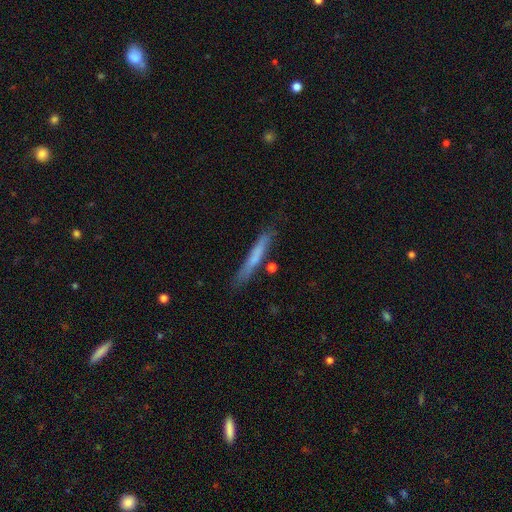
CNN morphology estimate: smooth 64%, featured or disk 30%, star or artifact 6%. Down the decision tree: how rounded — cigar-shaped (95%); merging — none (77%).